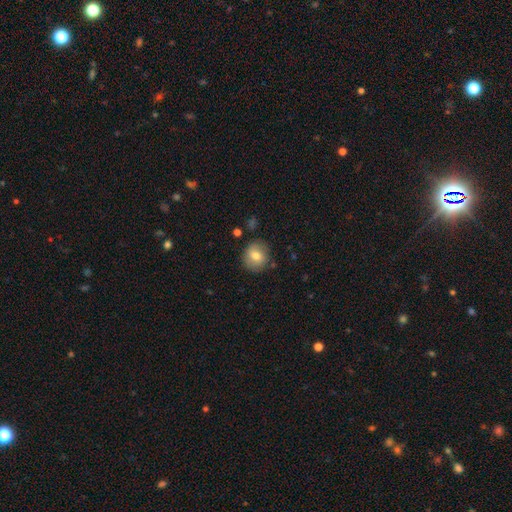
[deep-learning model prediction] A smooth galaxy with no disk features (75%) that is round (86%). Merging: none (82%).